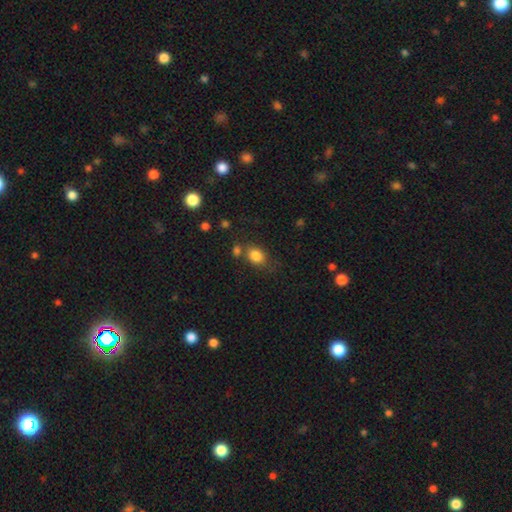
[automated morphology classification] smooth_or_featured: smooth (p=0.83) [alt: star or artifact p=0.10]
how_rounded: in between (p=0.61) [alt: round p=0.37]
merging: none (p=0.64) [alt: minor disturbance p=0.16]